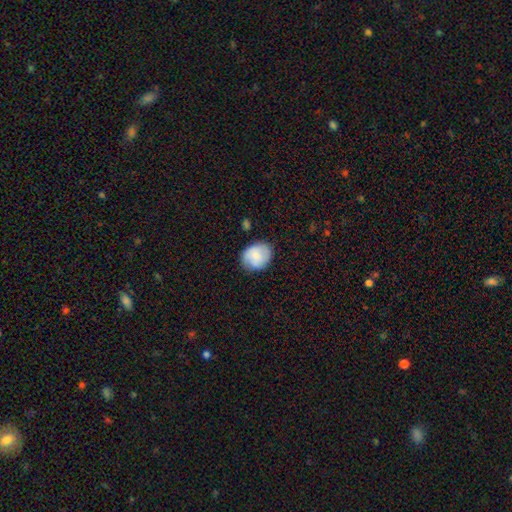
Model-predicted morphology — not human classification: Smooth or featured?
  - smooth: 74% *
  - featured or disk: 19%
  - star or artifact: 7%
How rounded?
  - in between: 51% *
  - round: 48%
  - cigar-shaped: 1%
Merging?
  - none: 76% *
  - minor disturbance: 18%
  - major disturbance: 4%
  - merger: 2%